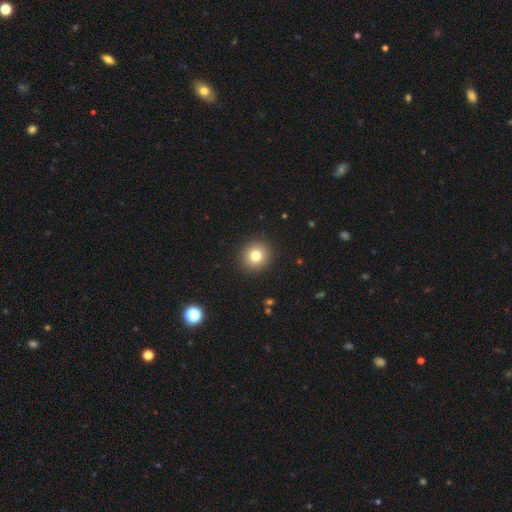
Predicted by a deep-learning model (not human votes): Smooth or featured: smooth — 79% (star or artifact — 12%)
How rounded: round — 91% (in between — 8%)
Merging: none — 92% (minor disturbance — 5%)